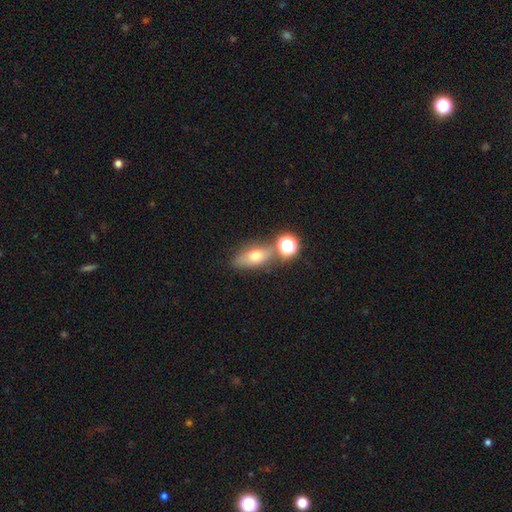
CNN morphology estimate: smooth_or_featured: smooth (p=0.63) [alt: featured or disk p=0.23]
how_rounded: in between (p=0.67) [alt: round p=0.17]
merging: none (p=0.64) [alt: merger p=0.16]